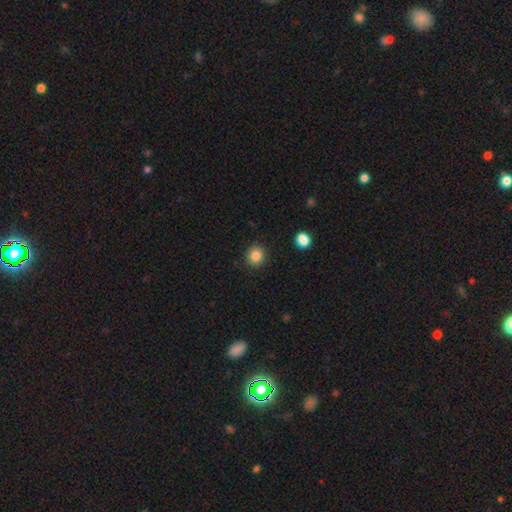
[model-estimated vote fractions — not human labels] Smooth or featured?
  - smooth: 85% *
  - star or artifact: 11%
  - featured or disk: 4%
How rounded?
  - round: 89% *
  - in between: 10%
  - cigar-shaped: 1%
Merging?
  - none: 91% *
  - minor disturbance: 6%
  - major disturbance: 2%
  - merger: 1%